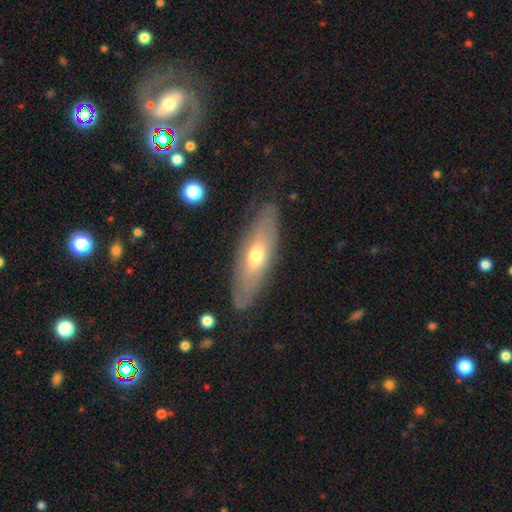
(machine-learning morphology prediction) Smooth or featured?
  - featured or disk: 50% *
  - smooth: 43%
  - star or artifact: 6%
Edge-on disk?
  - no: 57% *
  - yes: 43%
Merging?
  - none: 81% *
  - minor disturbance: 14%
  - major disturbance: 4%
  - merger: 1%